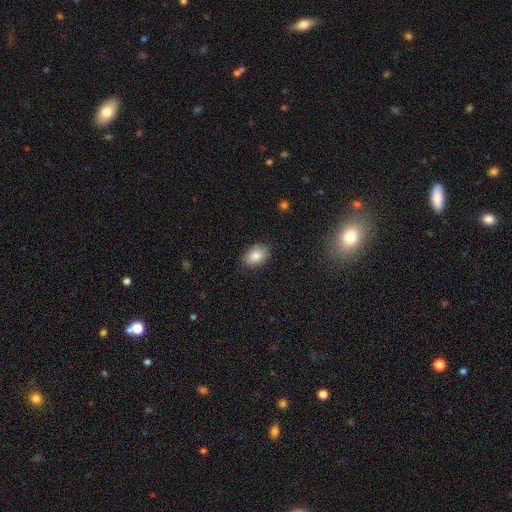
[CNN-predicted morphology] The model was most divided on "how rounded": in between: 82%, round: 17%, cigar-shaped: 1%. More confident: smooth or featured — smooth (85%); merging — none (85%).